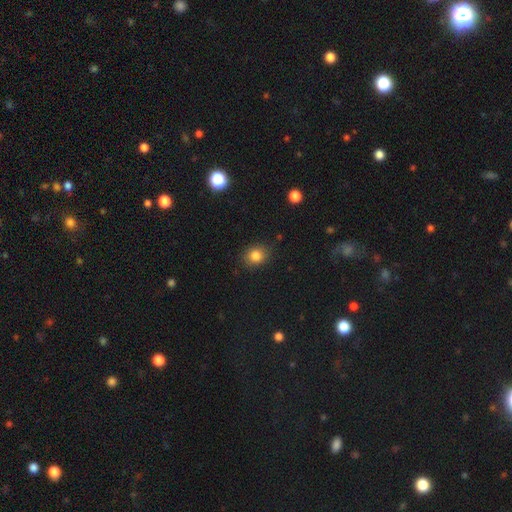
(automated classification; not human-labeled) Smooth or featured? Predicted: smooth (p=0.83). How rounded? Predicted: round (p=0.58). Merging? Predicted: none (p=0.84).